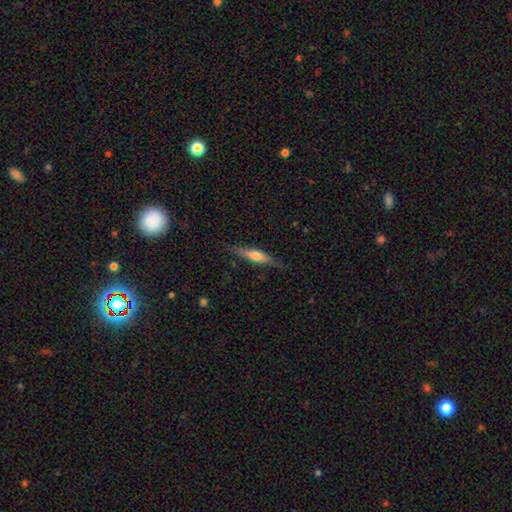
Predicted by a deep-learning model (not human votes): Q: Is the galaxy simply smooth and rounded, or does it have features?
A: featured or disk — 47%, tied with smooth.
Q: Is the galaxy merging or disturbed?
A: none — 80%.